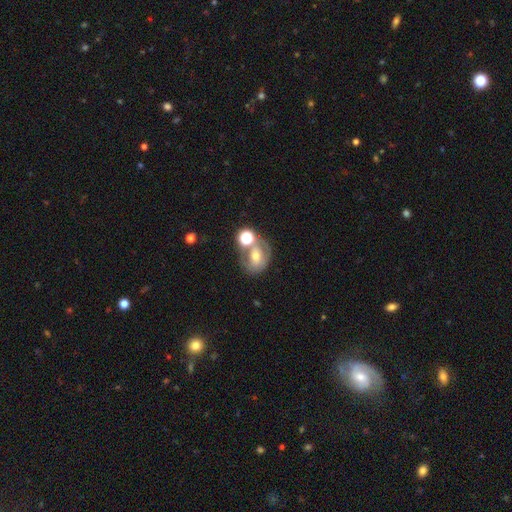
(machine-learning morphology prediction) This appears to be a featured or disk galaxy (48%). Merging: none (41%).